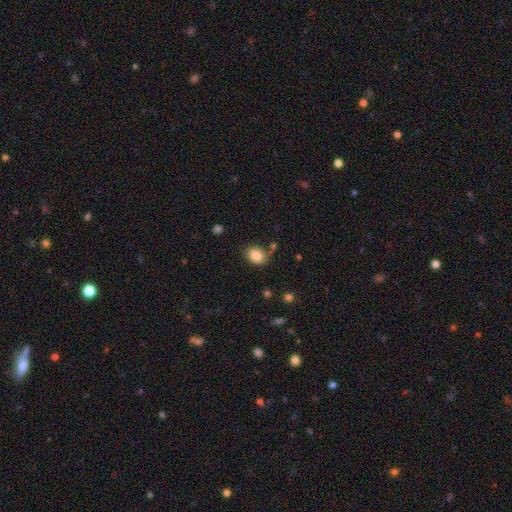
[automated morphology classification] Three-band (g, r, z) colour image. It shows a smooth galaxy with no disk features (86%) that is in between round and cigar-shaped (58%). Merging: none (78%).